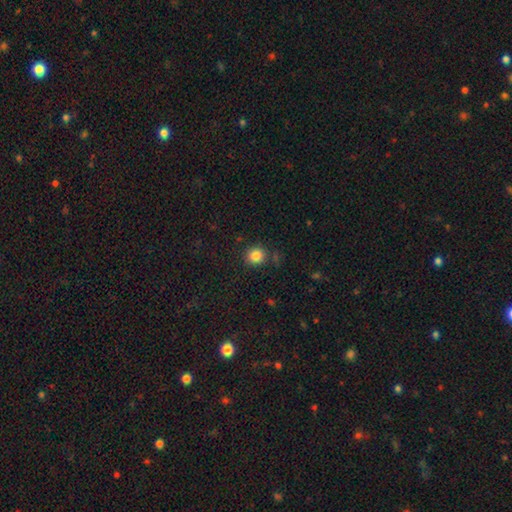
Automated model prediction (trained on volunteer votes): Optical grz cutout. It shows a smooth galaxy with no disk features (85%) that is round (88%). Merging: none (84%).